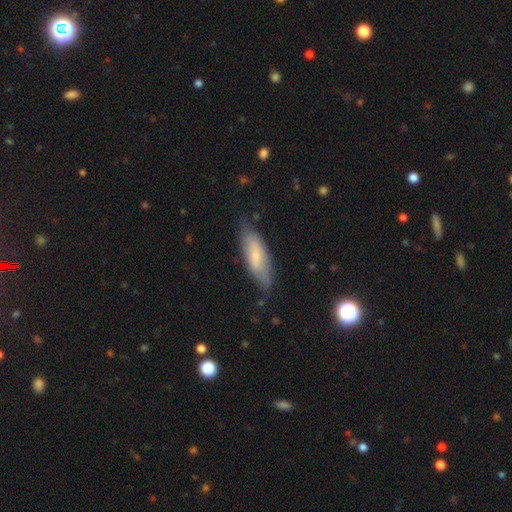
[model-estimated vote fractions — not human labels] Morphology: type=smooth (60%); roundness=in between (53%); merging=none (71%).